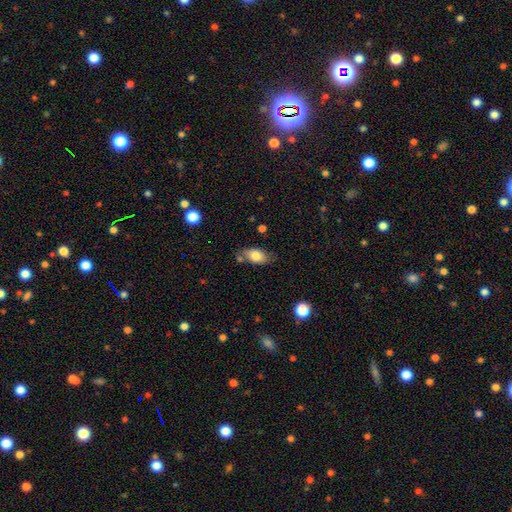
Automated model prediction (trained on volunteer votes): Q: Smooth or featured?
A: smooth (78%); runner-up: featured or disk (14%)
Q: How rounded?
A: in between (89%); runner-up: round (7%)
Q: Merging?
A: none (68%); runner-up: minor disturbance (20%)